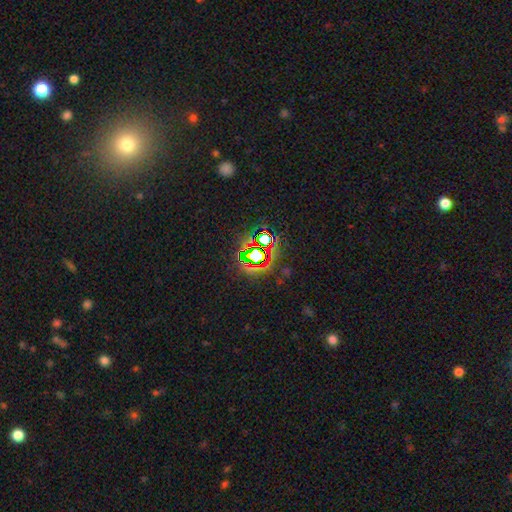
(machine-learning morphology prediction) Smooth or featured?
  - star or artifact: 72% *
  - smooth: 16%
  - featured or disk: 12%